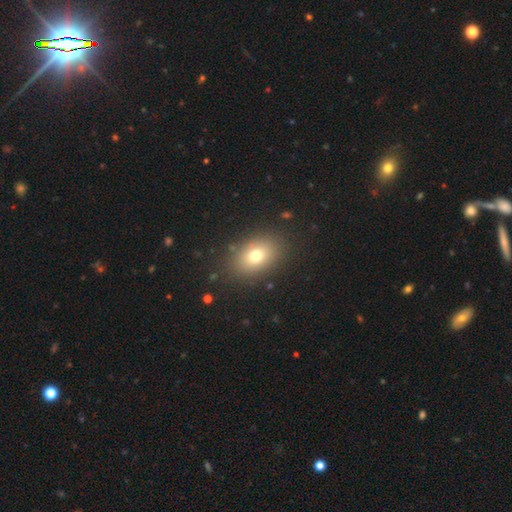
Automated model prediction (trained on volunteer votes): smooth-or-featured: smooth: 75% | featured or disk: 13% | star or artifact: 12%
  how-rounded: in between: 76% | round: 23% | cigar-shaped: 1%
  merging: none: 86% | minor disturbance: 9% | major disturbance: 4% | merger: 1%